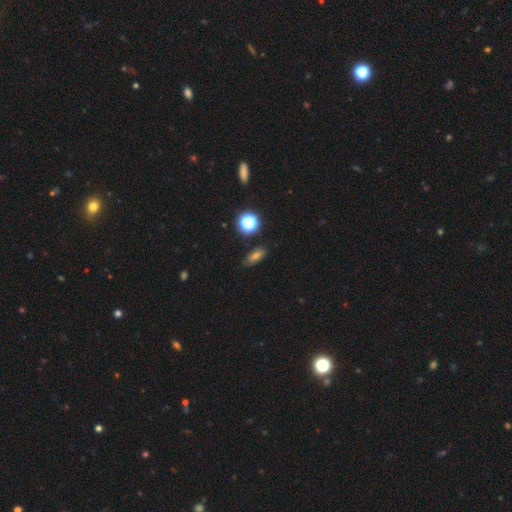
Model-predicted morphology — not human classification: type=smooth (58%); roundness=in between (62%); merging=none (85%).